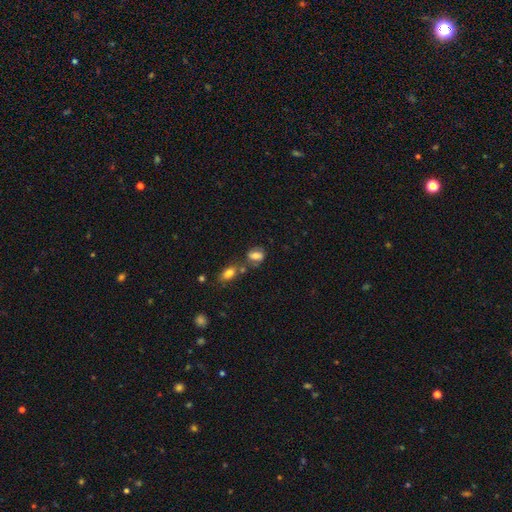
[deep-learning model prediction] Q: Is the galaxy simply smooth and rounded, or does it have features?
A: smooth — 74%.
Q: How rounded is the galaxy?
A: in between — 76%.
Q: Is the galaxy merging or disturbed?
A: none — 52%.